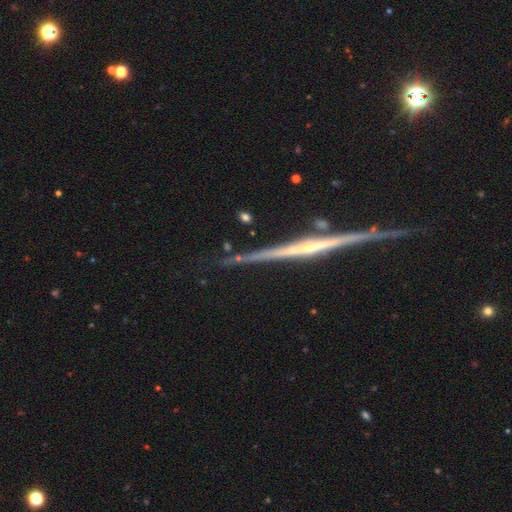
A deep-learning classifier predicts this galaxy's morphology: featured or disk 85%, smooth 8%, star or artifact 6%. Down the decision tree: edge-on disk — yes (98%); edge-on bulge — none (47%); merging — none (83%).